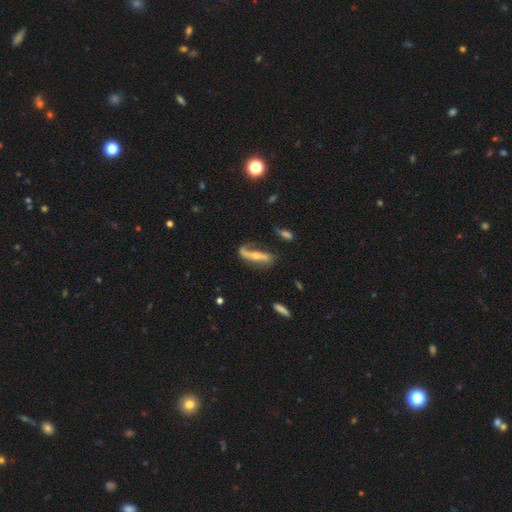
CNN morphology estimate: A featured or disk galaxy (73%). Merging: none (53%).